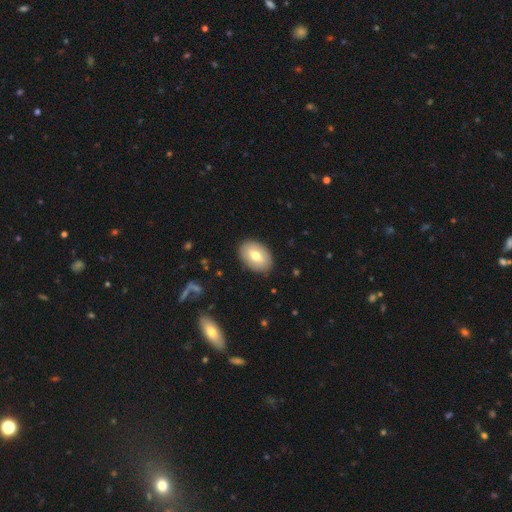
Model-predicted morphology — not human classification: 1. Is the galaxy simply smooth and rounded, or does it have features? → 71% smooth, 23% featured or disk, 7% star or artifact.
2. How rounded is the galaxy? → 87% in between, 12% round, 1% cigar-shaped.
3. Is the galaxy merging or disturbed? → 88% none, 9% minor disturbance, 2% major disturbance, 1% merger.